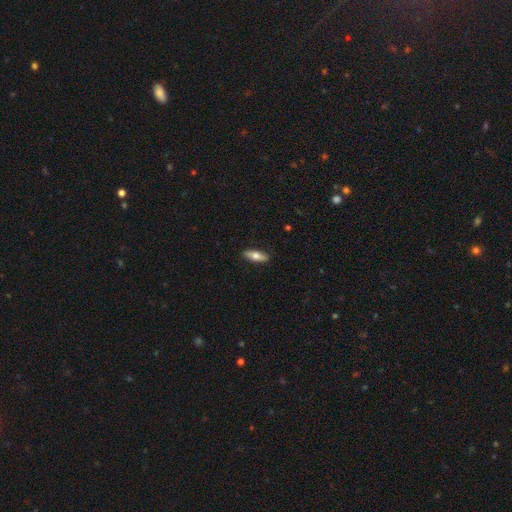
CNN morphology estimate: Smooth or featured? smooth (63%)
How rounded? in between (55%)
Merging? none (89%)